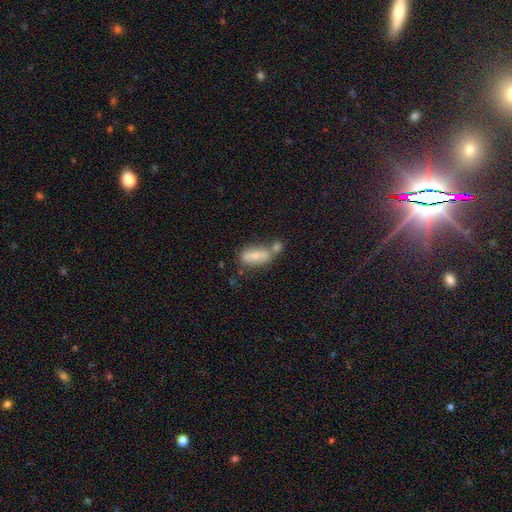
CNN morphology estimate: smooth 63%, featured or disk 28%, star or artifact 9%. Down the decision tree: how rounded — in between (72%); merging — merger (42%).